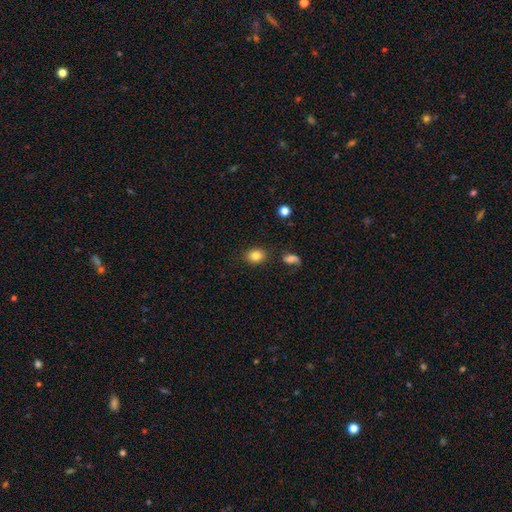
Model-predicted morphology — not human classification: This appears to be a smooth galaxy with no disk features (82%) that is in between round and cigar-shaped (57%). Merging: none (83%).